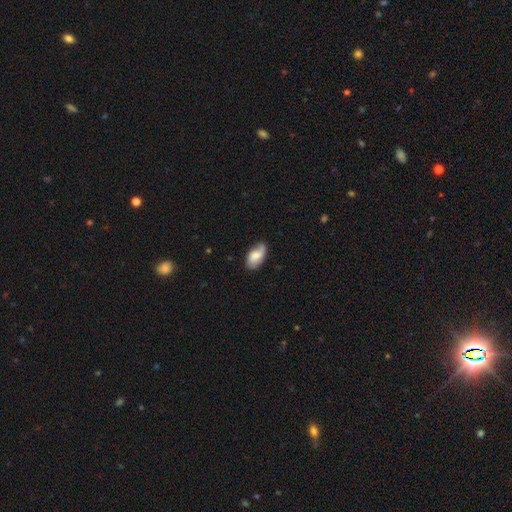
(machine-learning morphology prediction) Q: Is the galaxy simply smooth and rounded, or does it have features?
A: smooth — 65%.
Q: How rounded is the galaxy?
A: in between — 93%.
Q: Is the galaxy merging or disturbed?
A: none — 68%.